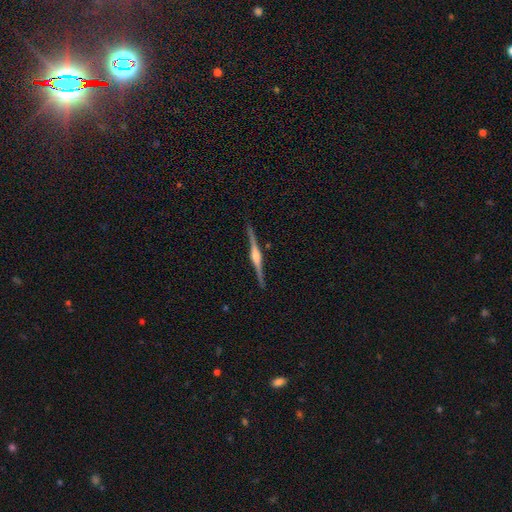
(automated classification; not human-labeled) Smooth or featured?
  - featured or disk: 85% *
  - smooth: 10%
  - star or artifact: 5%
Edge-on disk?
  - yes: 99% *
  - no: 1%
Edge-on bulge?
  - rounded: 76% *
  - boxy: 19%
  - none: 5%
Merging?
  - none: 91% *
  - minor disturbance: 6%
  - major disturbance: 1%
  - merger: 1%